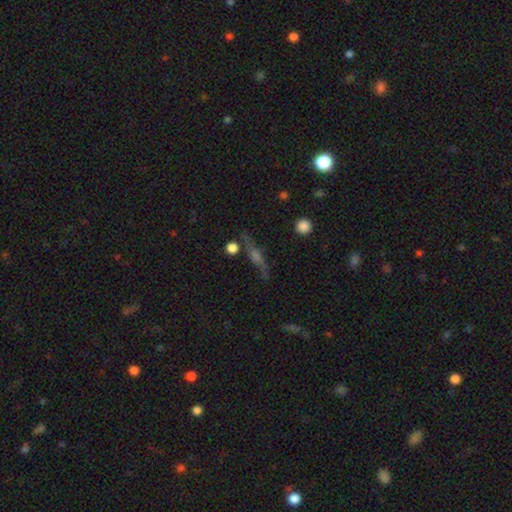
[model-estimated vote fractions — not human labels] smooth-or-featured: featured or disk: 61% | smooth: 22% | star or artifact: 17%
  disk-edge-on: yes: 85% | no: 15%
    edge-on-bulge: rounded: 75% | boxy: 13% | none: 12%
  merging: none: 76% | minor disturbance: 14% | major disturbance: 6% | merger: 4%